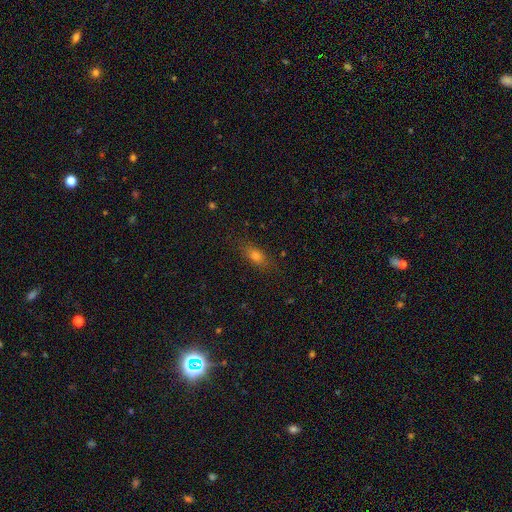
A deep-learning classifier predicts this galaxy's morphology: The model was most divided on "how rounded": in between: 67%, cigar-shaped: 23%, round: 10%. More confident: merging — none (82%); smooth or featured — smooth (67%).